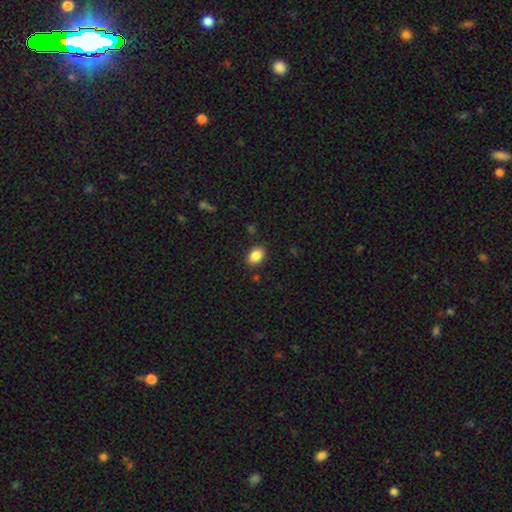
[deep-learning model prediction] Smooth or featured: smooth — 86% (star or artifact — 9%)
How rounded: in between — 74% (round — 25%)
Merging: none — 87% (minor disturbance — 9%)